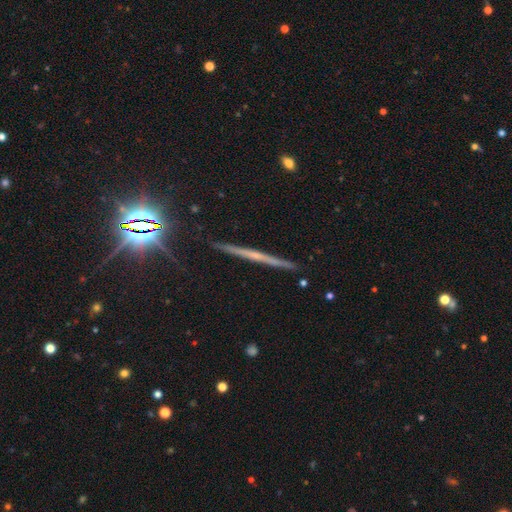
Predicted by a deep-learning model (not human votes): Smooth or featured: featured or disk — 61% (smooth — 21%)
Edge-on disk: yes — 97% (no — 3%)
Edge-on bulge: none — 62% (rounded — 30%)
Merging: none — 90% (minor disturbance — 7%)